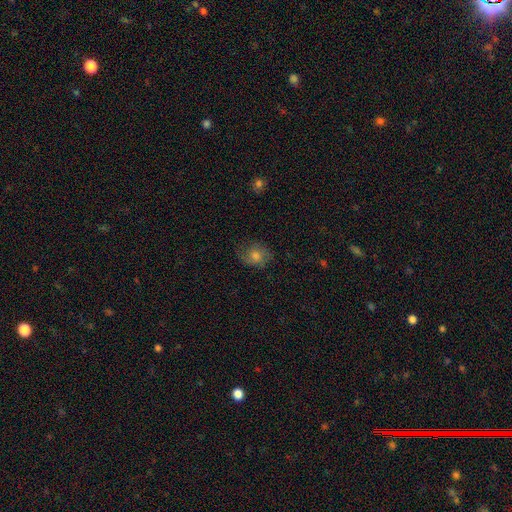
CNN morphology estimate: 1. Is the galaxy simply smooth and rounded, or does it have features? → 53% smooth, 33% featured or disk, 15% star or artifact.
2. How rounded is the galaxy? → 67% round, 32% in between, 1% cigar-shaped.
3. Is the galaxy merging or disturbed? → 70% none, 20% minor disturbance, 9% major disturbance, 1% merger.